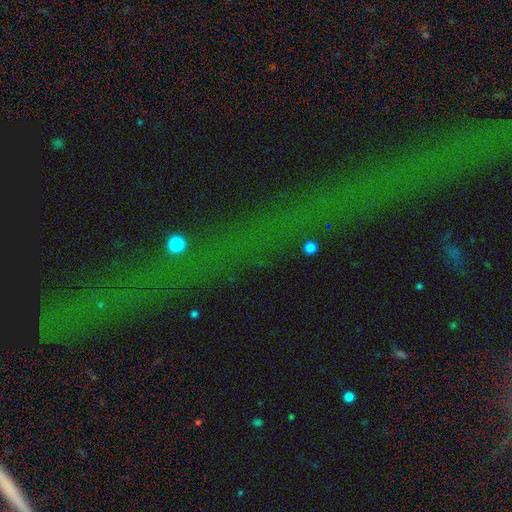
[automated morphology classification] This appears to be a star or artifact, not a galaxy (72%).